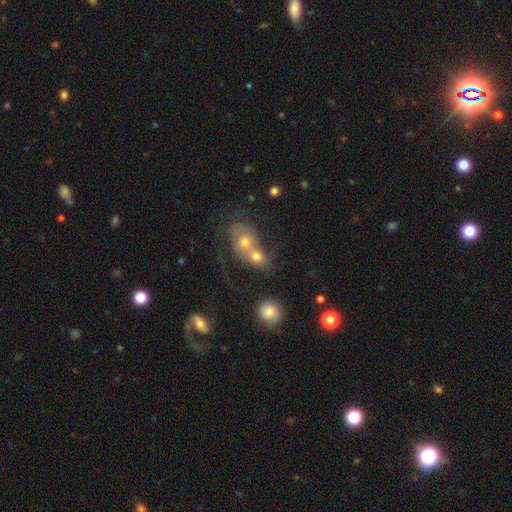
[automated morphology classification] smooth-or-featured: smooth: 42% | featured or disk: 35% | star or artifact: 23%
  merging: merger: 48% | none: 34% | minor disturbance: 11% | major disturbance: 7%